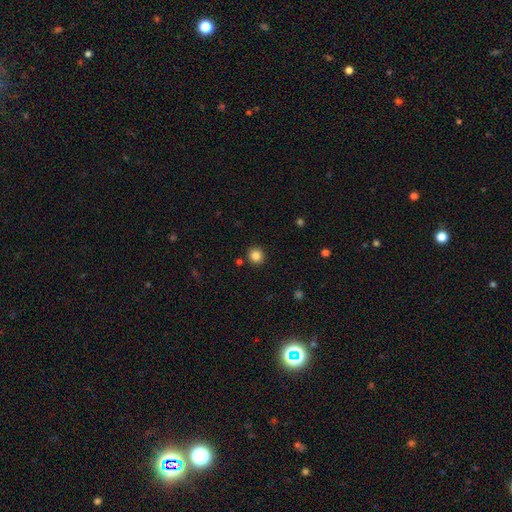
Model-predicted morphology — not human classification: smooth-or-featured: smooth: 85% | star or artifact: 11% | featured or disk: 4%
  how-rounded: round: 93% | in between: 6% | cigar-shaped: 1%
  merging: none: 90% | minor disturbance: 5% | merger: 3% | major disturbance: 2%